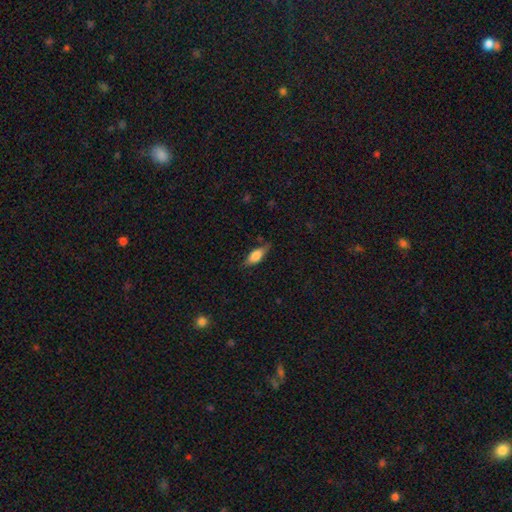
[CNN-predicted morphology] smooth_or_featured: smooth (p=0.73) [alt: featured or disk p=0.20]
how_rounded: in between (p=0.75) [alt: cigar-shaped p=0.22]
merging: none (p=0.67) [alt: minor disturbance p=0.25]